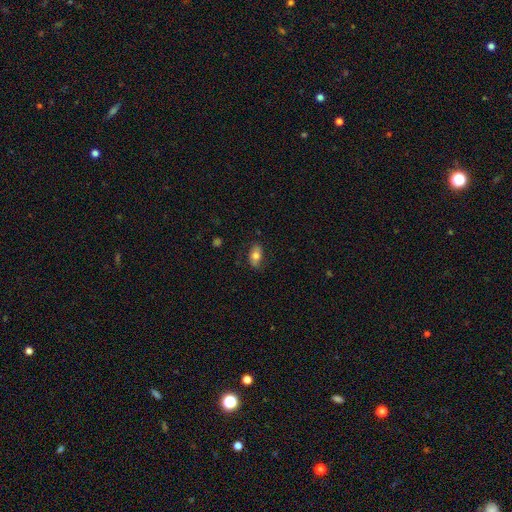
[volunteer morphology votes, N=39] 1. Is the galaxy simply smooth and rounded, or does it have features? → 79% smooth, 15% featured or disk, 5% star or artifact.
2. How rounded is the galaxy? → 94% in between, 6% cigar-shaped, 0% round.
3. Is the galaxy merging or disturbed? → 68% none, 24% minor disturbance, 8% major disturbance, 0% merger.